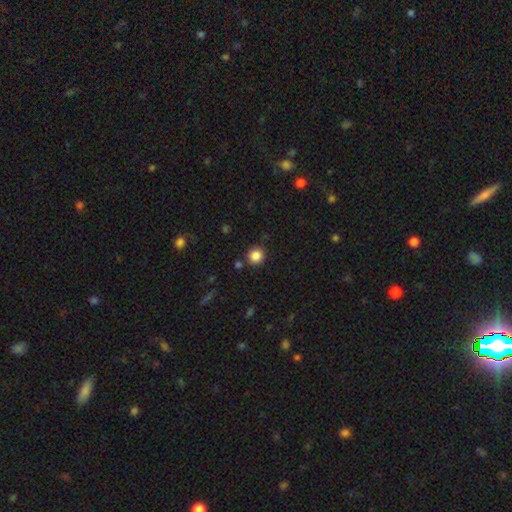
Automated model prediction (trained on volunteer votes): Overall: smooth (85%). How rounded: round (92%). Merging: none (87%).